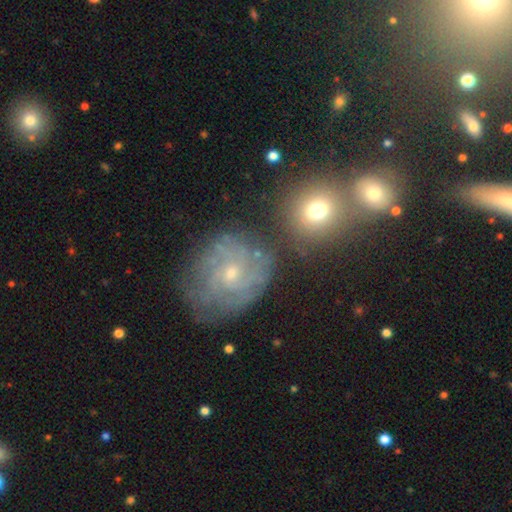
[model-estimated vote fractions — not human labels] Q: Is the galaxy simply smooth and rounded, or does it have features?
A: featured or disk — 66%.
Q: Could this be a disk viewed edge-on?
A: no — 97%.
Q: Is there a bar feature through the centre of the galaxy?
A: no — 69%.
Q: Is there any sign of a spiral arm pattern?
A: yes — 86%.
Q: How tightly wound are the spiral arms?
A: tight — 66%.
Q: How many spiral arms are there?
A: can't tell — 49%.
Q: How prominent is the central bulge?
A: small — 67%.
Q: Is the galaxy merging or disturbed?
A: none — 66%.